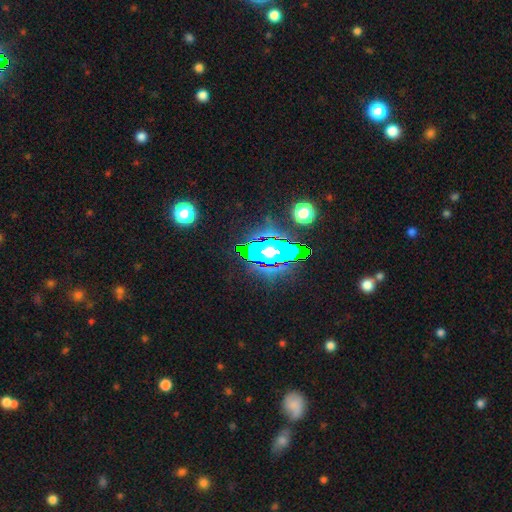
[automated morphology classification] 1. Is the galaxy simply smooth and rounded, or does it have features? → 75% star or artifact, 12% featured or disk, 12% smooth.